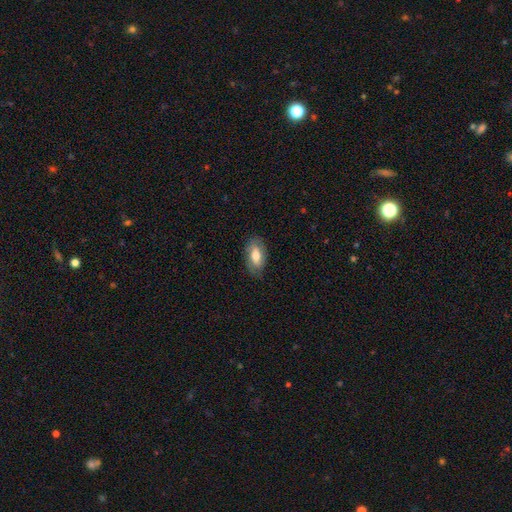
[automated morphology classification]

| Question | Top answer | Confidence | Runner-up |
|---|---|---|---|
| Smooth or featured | smooth | 66% | featured or disk (28%) |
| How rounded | in between | 91% | cigar-shaped (5%) |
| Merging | none | 80% | minor disturbance (16%) |